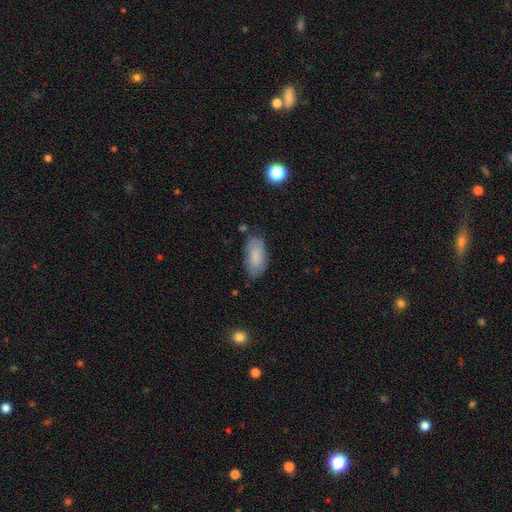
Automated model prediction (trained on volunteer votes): Overall: smooth (82%). How rounded: in between (91%). Merging: none (74%).